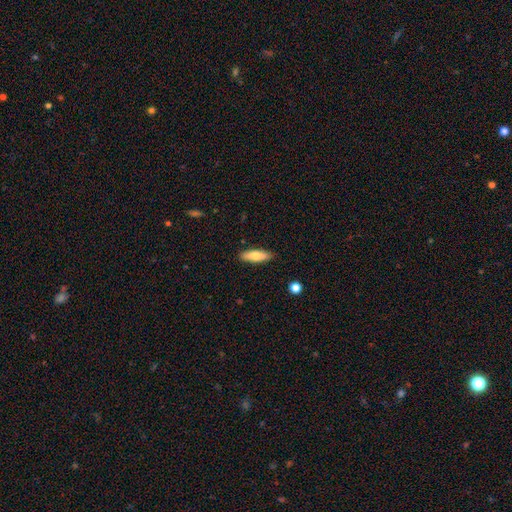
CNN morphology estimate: A smooth galaxy with no disk features (74%) that is in between round and cigar-shaped (52%).

Vote fractions:
- Smooth or featured? smooth: 74% / featured or disk: 20% / star or artifact: 6%
- How rounded? in between: 52% / cigar-shaped: 46% / round: 2%
- Merging? none: 88% / minor disturbance: 9% / major disturbance: 2% / merger: 1%